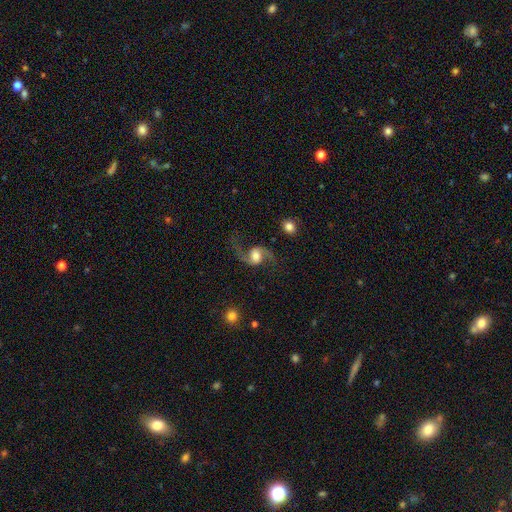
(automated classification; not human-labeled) smooth_or_featured: featured or disk (p=0.86) [alt: smooth p=0.09]
disk_edge_on: no (p=0.97) [alt: yes p=0.03]
bar: no (p=0.46) [alt: weak p=0.40]
has_spiral_arms: yes (p=0.97) [alt: no p=0.03]
spiral_winding: loose (p=0.78) [alt: medium p=0.19]
spiral_arm_count: 2 (p=0.94) [alt: 1 p=0.02]
bulge_size: moderate (p=0.45) [alt: large p=0.34]
merging: none (p=0.72) [alt: minor disturbance p=0.13]